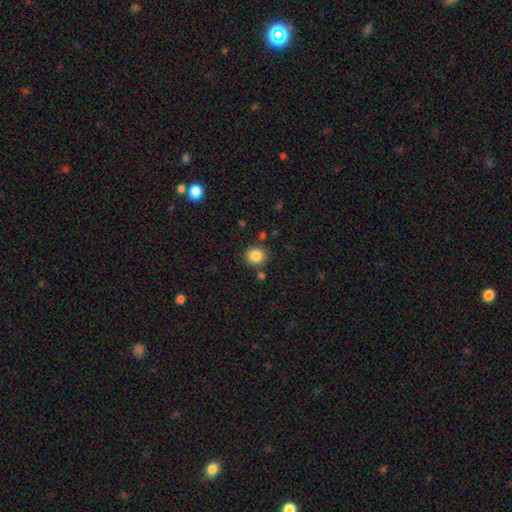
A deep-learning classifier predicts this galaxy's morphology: This is clearly a smooth galaxy (86%). How rounded: clearly round (84%). Merging: clearly none (83%).